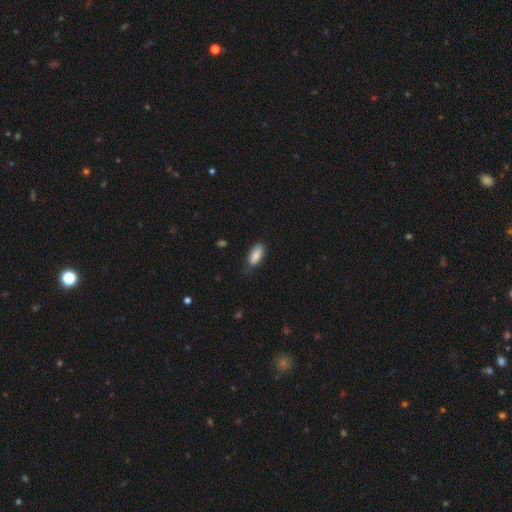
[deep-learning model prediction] Overall: smooth (85%). How rounded: in between (84%). Merging: none (64%; minor disturbance 29%).